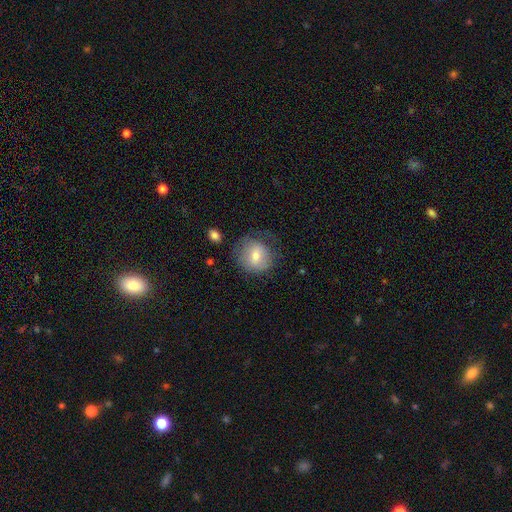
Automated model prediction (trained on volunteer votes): This appears to be a smooth galaxy with no disk features (69%) that is round (82%). Merging: none (62%).